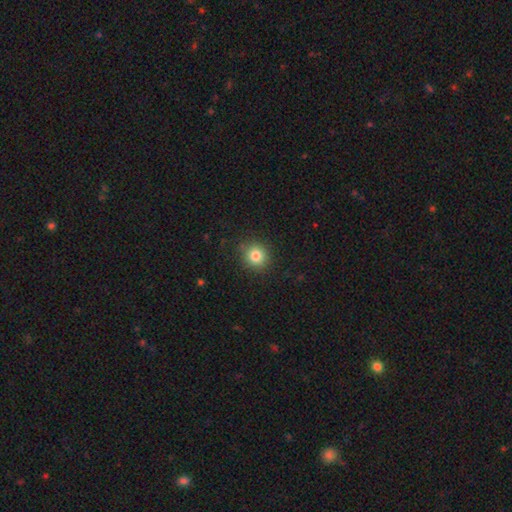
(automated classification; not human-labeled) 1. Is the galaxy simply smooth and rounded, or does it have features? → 82% smooth, 11% star or artifact, 6% featured or disk.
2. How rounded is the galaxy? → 86% round, 14% in between, 1% cigar-shaped.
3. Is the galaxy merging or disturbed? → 87% none, 9% minor disturbance, 3% major disturbance, 1% merger.